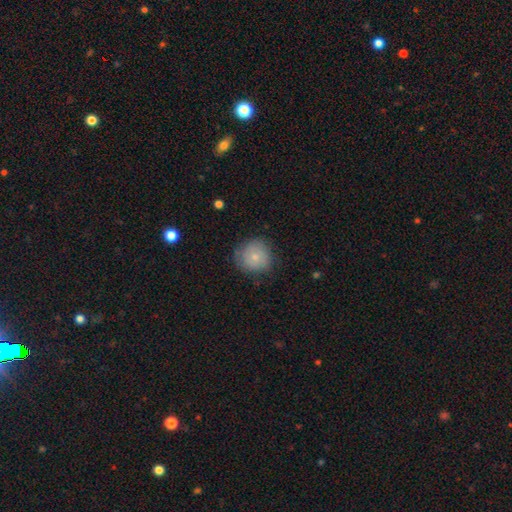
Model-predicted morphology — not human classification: Smooth or featured? smooth (77%)
How rounded? round (91%)
Merging? none (79%)